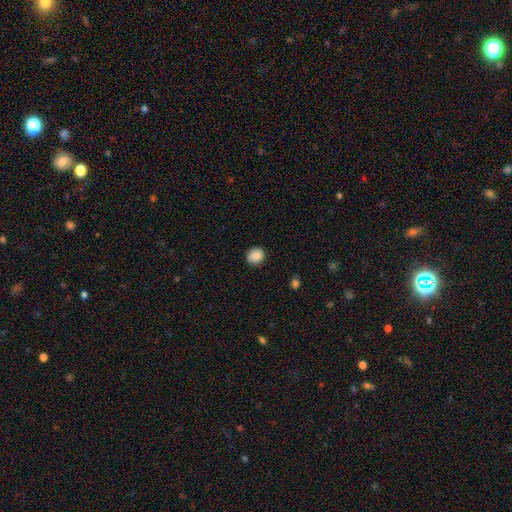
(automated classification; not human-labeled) smooth-or-featured: smooth: 87% | star or artifact: 9% | featured or disk: 4%
  how-rounded: round: 85% | in between: 14% | cigar-shaped: 1%
  merging: none: 85% | minor disturbance: 11% | major disturbance: 2% | merger: 1%